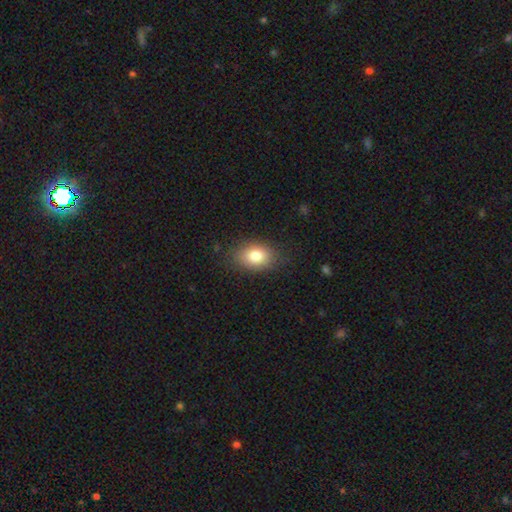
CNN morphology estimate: smooth_or_featured: smooth (p=0.81) [alt: featured or disk p=0.10]
how_rounded: in between (p=0.80) [alt: round p=0.19]
merging: none (p=0.82) [alt: minor disturbance p=0.13]